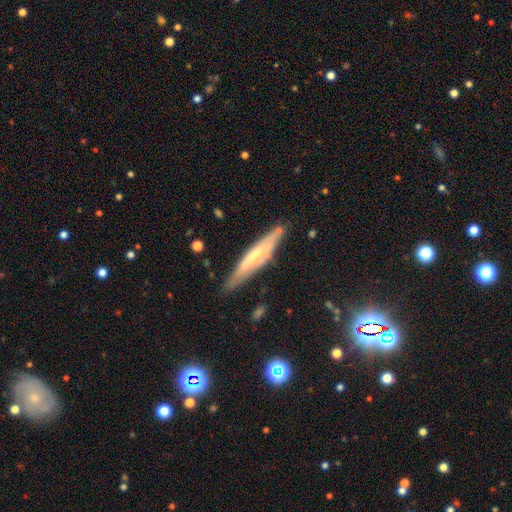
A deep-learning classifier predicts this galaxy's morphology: Q: Smooth or featured?
A: featured or disk (57%); runner-up: smooth (37%)
Q: Edge-on disk?
A: yes (83%); runner-up: no (17%)
Q: Merging?
A: none (78%); runner-up: minor disturbance (16%)